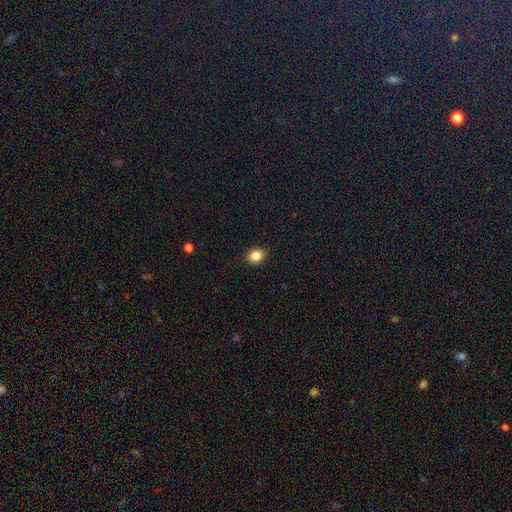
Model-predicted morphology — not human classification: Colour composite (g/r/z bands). It shows a smooth galaxy with no disk features (86%) that is round (59%). Merging: none (90%).